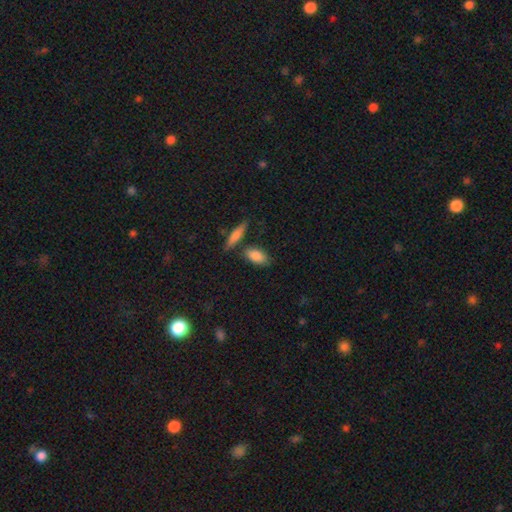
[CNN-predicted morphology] A smooth galaxy with no disk features (85%) that is in between round and cigar-shaped (86%).

Vote fractions:
- Smooth or featured? smooth: 85% / featured or disk: 9% / star or artifact: 6%
- How rounded? in between: 86% / cigar-shaped: 10% / round: 4%
- Merging? none: 69% / minor disturbance: 15% / merger: 13% / major disturbance: 4%